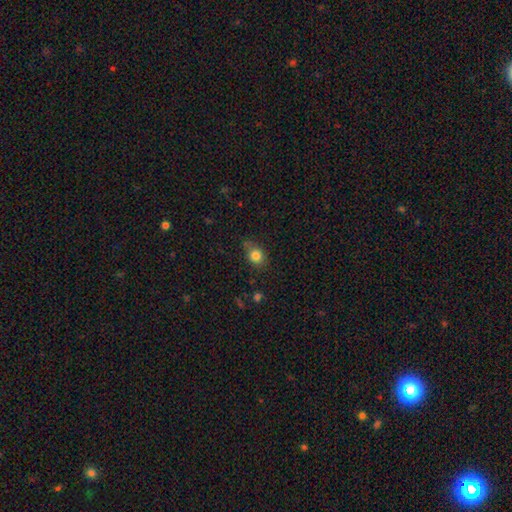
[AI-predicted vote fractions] A smooth galaxy with no disk features (82%) that is round (63%). Merging: none (67%).